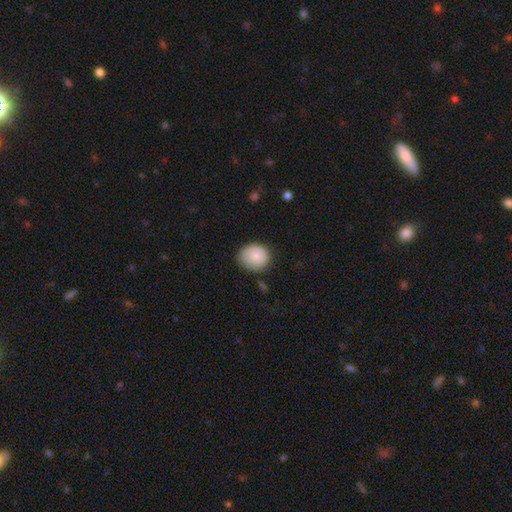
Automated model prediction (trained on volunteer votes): smooth 86%, star or artifact 7%, featured or disk 7%. Down the decision tree: how rounded — round (73%); merging — none (76%).